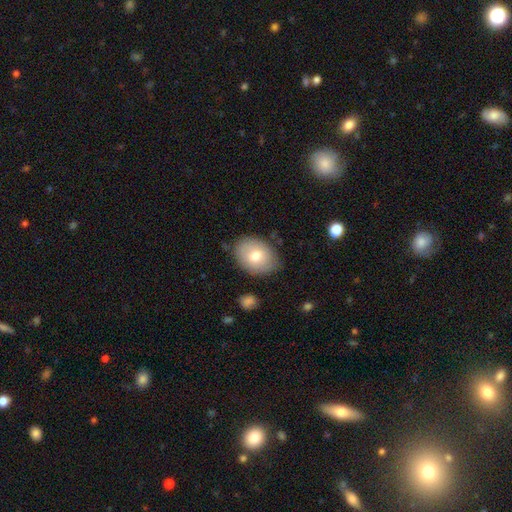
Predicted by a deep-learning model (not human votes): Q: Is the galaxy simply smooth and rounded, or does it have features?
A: smooth — 73%.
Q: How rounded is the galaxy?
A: in between — 70%.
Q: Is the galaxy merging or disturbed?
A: none — 78%.